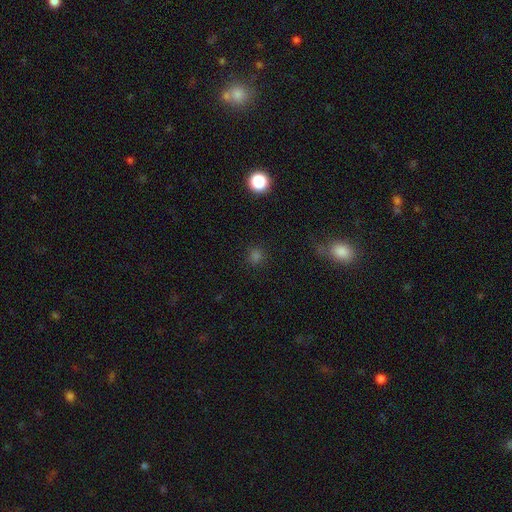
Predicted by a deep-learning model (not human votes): smooth_or_featured: smooth (p=0.71) [alt: star or artifact p=0.24]
how_rounded: round (p=0.88) [alt: in between p=0.11]
merging: none (p=0.85) [alt: minor disturbance p=0.09]